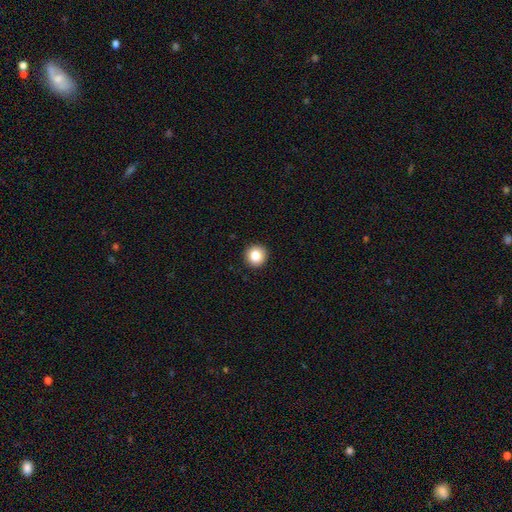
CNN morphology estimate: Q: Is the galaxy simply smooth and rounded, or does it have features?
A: smooth — 85%.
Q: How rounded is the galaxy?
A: round — 95%.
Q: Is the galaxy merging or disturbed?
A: none — 93%.